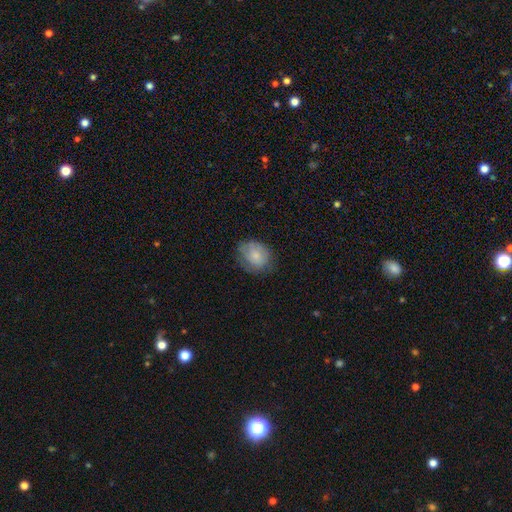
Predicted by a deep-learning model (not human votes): Q: Smooth or featured?
A: smooth (73%); runner-up: featured or disk (20%)
Q: How rounded?
A: round (50%); runner-up: in between (49%)
Q: Merging?
A: none (65%); runner-up: minor disturbance (25%)